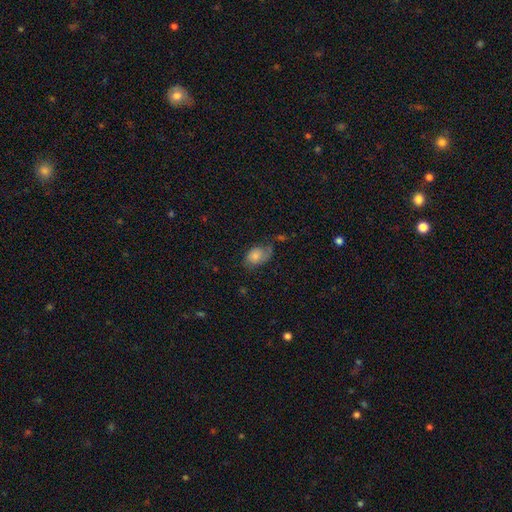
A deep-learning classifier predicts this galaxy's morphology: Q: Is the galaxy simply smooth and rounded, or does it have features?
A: smooth — 66%.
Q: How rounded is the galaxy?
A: in between — 83%.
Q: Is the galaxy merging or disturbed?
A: none — 41%.